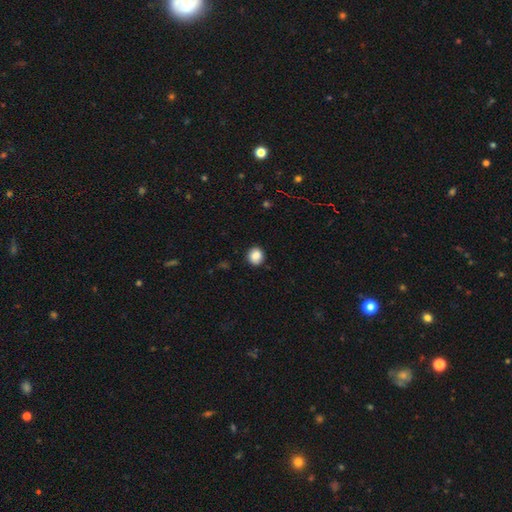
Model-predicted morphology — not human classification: This is clearly a smooth galaxy (87%). How rounded: clearly round (82%). Merging: clearly none (88%).